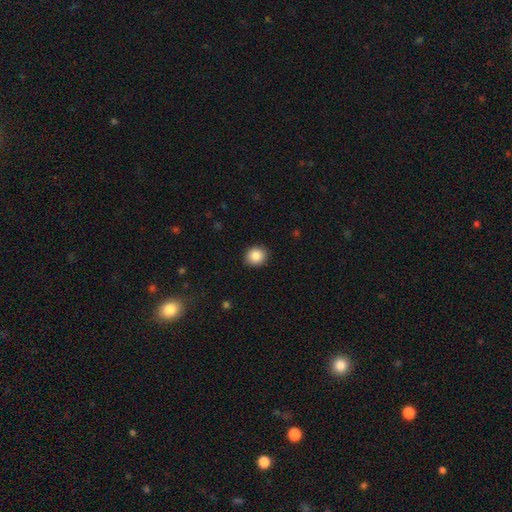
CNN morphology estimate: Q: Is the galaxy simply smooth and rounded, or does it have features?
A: smooth — 88%.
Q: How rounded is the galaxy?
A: round — 76%.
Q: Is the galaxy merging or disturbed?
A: none — 90%.